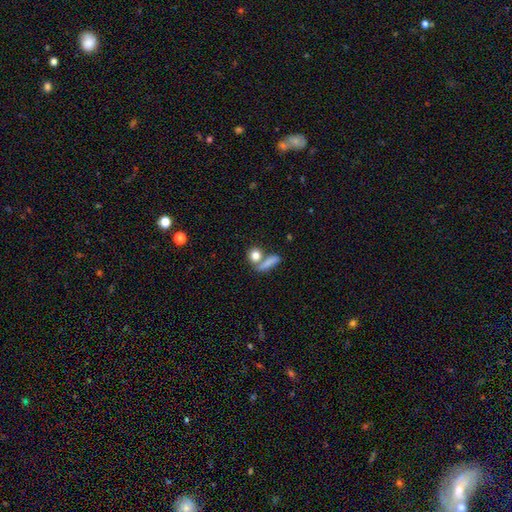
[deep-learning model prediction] The model was most divided on "merging": none: 55%, merger: 31%, minor disturbance: 9%, major disturbance: 5%. More confident: smooth or featured — smooth (81%); how rounded — round (65%).